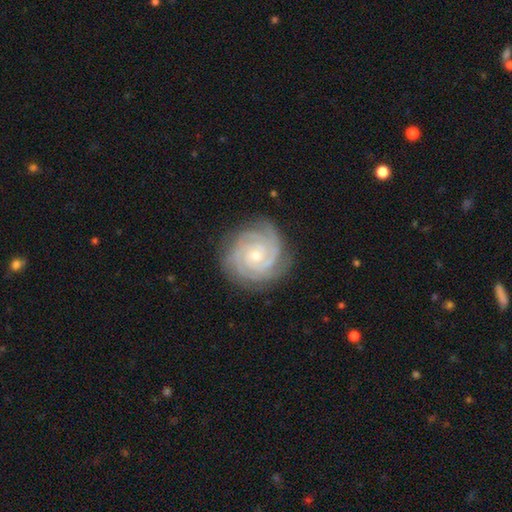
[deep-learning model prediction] A featured or disk galaxy (89%) with no bar (74%), 3 (35%) tight (85%) spiral arms (98%) and a small central bulge (65%).

Vote fractions:
- Smooth or featured? featured or disk: 89% / star or artifact: 6% / smooth: 5%
- Edge-on disk? no: 98% / yes: 2%
- Bar? no: 74% / weak: 20% / strong: 6%
- Spiral arms? yes: 98% / no: 2%
- Spiral winding? tight: 85% / medium: 14% / loose: 2%
- Spiral arm count? 3: 35% / 4: 22% / 2: 15% / can't tell: 14% / more than 4: 7% / 1: 6%
- Bulge size? small: 65% / moderate: 32% / large: 1% / none: 1% / dominant: 1%
- Merging? none: 83% / minor disturbance: 13% / major disturbance: 3% / merger: 1%